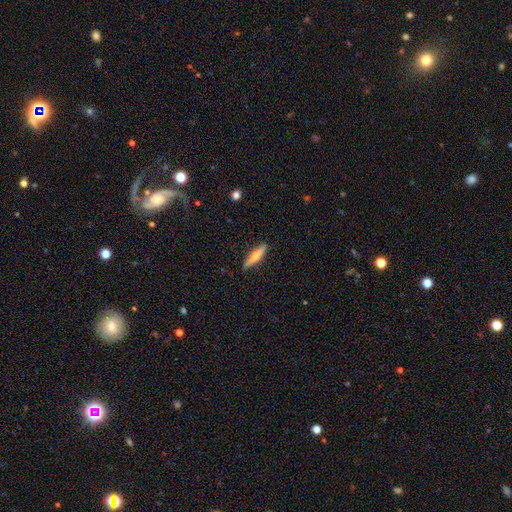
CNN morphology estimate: Smooth or featured? Predicted: featured or disk (p=0.57). Edge-on disk? Predicted: yes (p=0.96). Edge-on bulge? Predicted: rounded (p=0.91). Merging? Predicted: none (p=0.87).